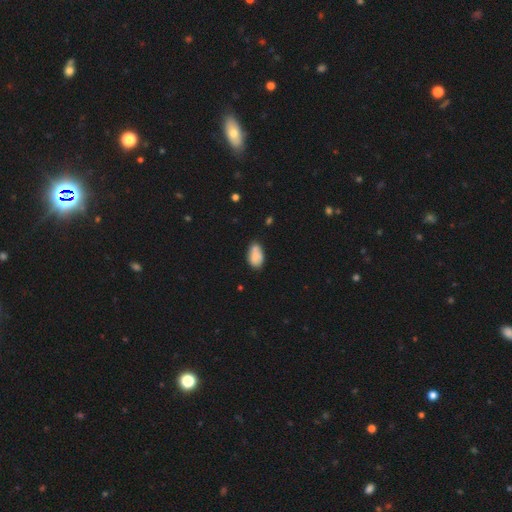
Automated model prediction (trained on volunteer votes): Morphology: type=smooth (78%); roundness=in between (93%); merging=none (59%).